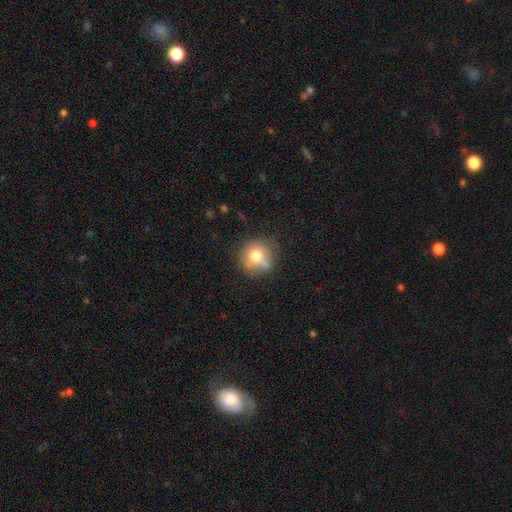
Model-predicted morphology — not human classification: type=smooth (71%); roundness=round (85%); merging=none (57%).